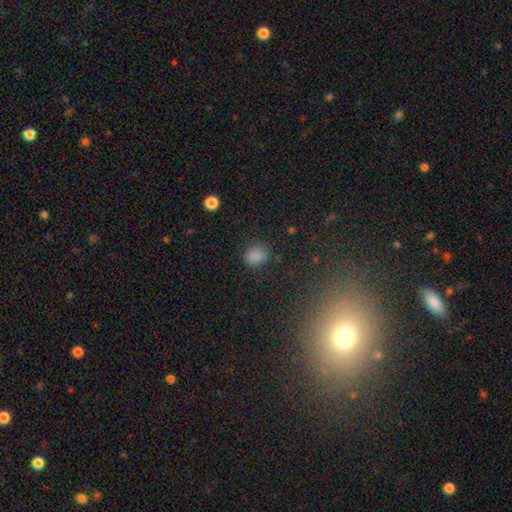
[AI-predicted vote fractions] Smooth or featured? smooth (81%)
How rounded? round (61%)
Merging? none (73%)